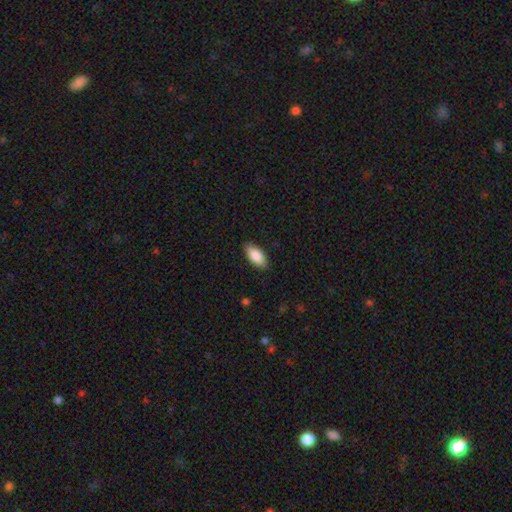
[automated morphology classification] Smooth or featured: smooth — 87% (featured or disk — 8%)
How rounded: in between — 90% (cigar-shaped — 8%)
Merging: none — 88% (minor disturbance — 10%)